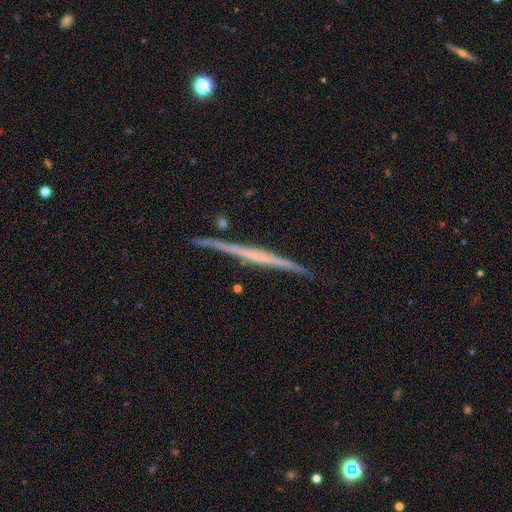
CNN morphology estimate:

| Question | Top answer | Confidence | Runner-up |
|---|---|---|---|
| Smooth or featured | featured or disk | 70% | smooth (24%) |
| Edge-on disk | yes | 98% | no (2%) |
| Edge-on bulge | none | 79% | rounded (13%) |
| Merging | none | 87% | minor disturbance (9%) |